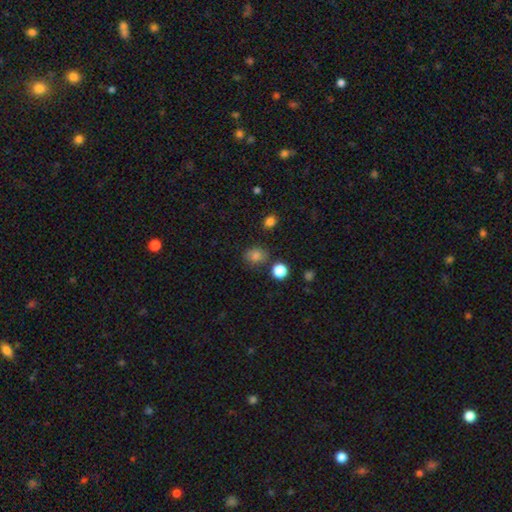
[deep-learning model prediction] This appears to be a smooth galaxy with no disk features (80%) that is round (61%). Merging: none (77%).